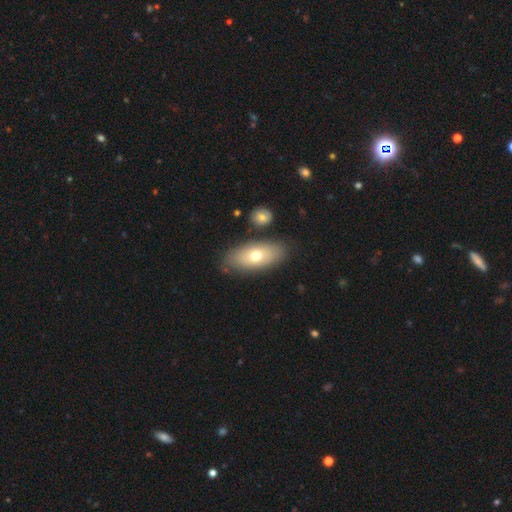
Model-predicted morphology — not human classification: smooth_or_featured: smooth (p=0.66) [alt: featured or disk p=0.27]
how_rounded: in between (p=0.87) [alt: cigar-shaped p=0.09]
merging: none (p=0.79) [alt: minor disturbance p=0.12]